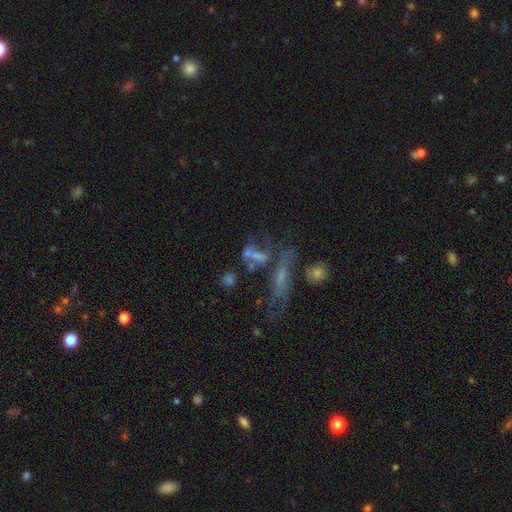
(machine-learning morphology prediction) A featured or disk galaxy (47%). Merging: none (33%).